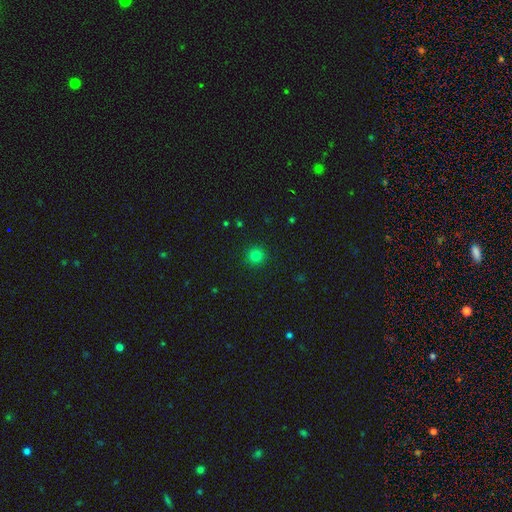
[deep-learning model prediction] Smooth or featured?
  - smooth: 80% *
  - star or artifact: 15%
  - featured or disk: 5%
How rounded?
  - round: 95% *
  - in between: 4%
  - cigar-shaped: 1%
Merging?
  - none: 92% *
  - minor disturbance: 5%
  - major disturbance: 2%
  - merger: 1%